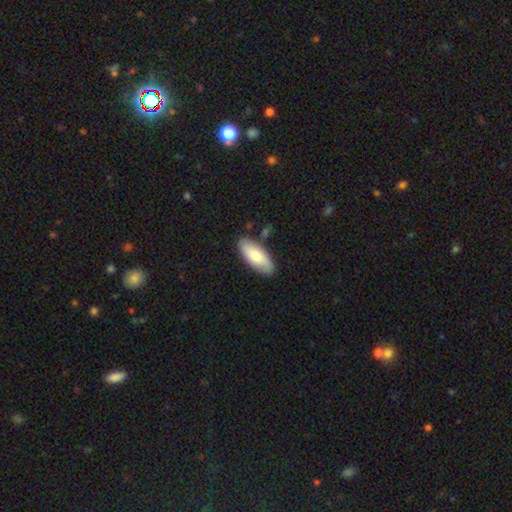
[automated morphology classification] smooth-or-featured: smooth: 76% | featured or disk: 19% | star or artifact: 5%
  how-rounded: in between: 84% | cigar-shaped: 14% | round: 2%
  merging: none: 82% | minor disturbance: 12% | merger: 4% | major disturbance: 2%